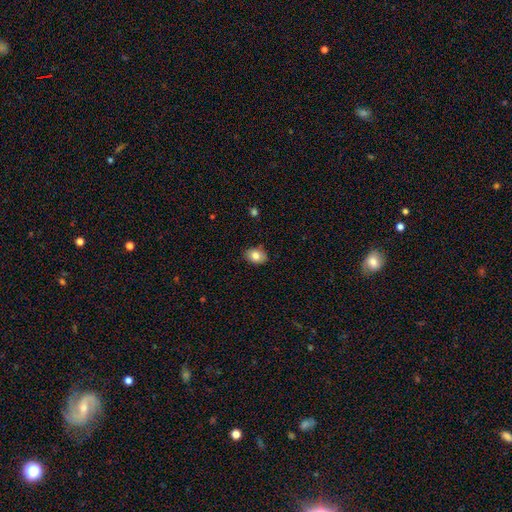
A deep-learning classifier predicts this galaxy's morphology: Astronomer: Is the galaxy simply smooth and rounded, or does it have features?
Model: smooth — 82%.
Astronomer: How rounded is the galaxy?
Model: in between — 72%.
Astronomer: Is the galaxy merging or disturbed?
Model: none — 83%.